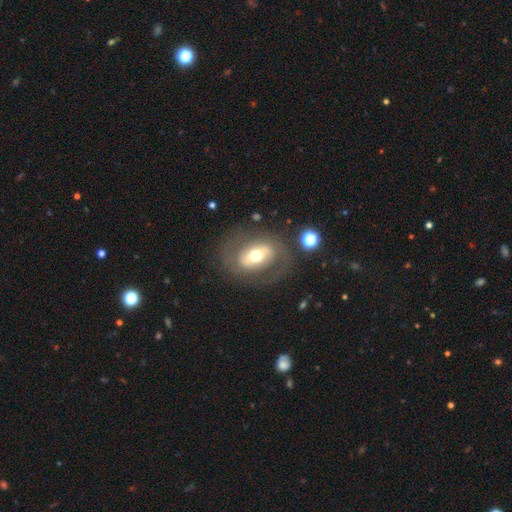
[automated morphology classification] Q: Smooth or featured?
A: featured or disk (55%); runner-up: smooth (37%)
Q: Edge-on disk?
A: no (91%); runner-up: yes (9%)
Q: Merging?
A: none (73%); runner-up: minor disturbance (14%)